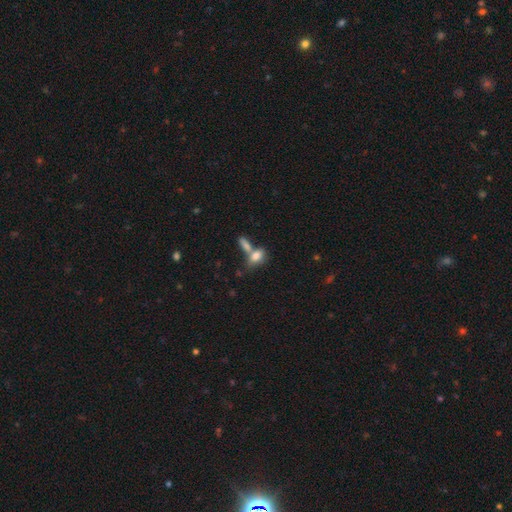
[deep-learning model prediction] This is likely a smooth galaxy (79%). How rounded: clearly in between (81%). Merging: possibly merger (47%).